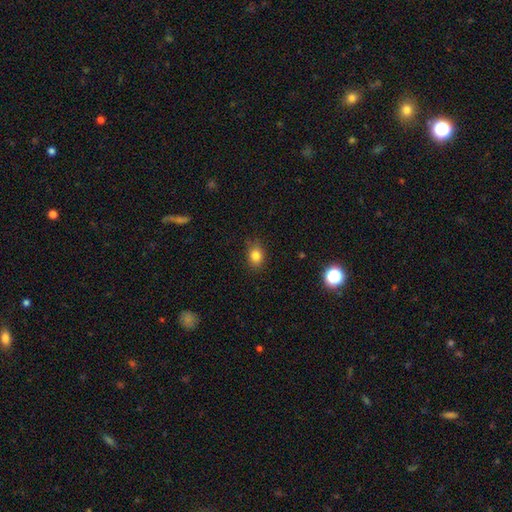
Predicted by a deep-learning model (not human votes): Overall: smooth (82%). How rounded: in between (56%; round 43%). Merging: none (82%).